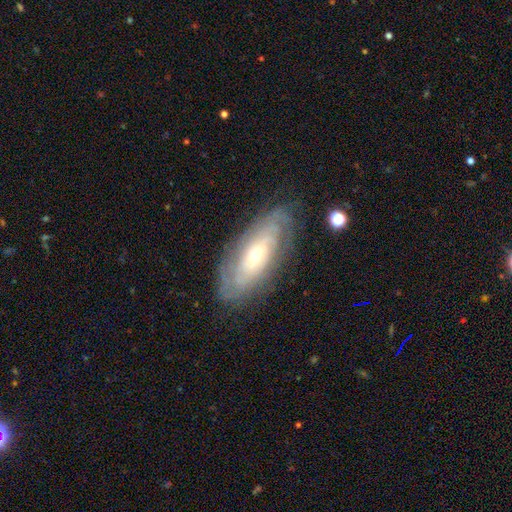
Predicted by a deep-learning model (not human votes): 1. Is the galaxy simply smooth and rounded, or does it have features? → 73% featured or disk, 20% smooth, 7% star or artifact.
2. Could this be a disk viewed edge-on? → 87% no, 13% yes.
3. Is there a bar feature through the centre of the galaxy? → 73% no, 20% weak, 7% strong.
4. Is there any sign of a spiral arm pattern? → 80% yes, 20% no.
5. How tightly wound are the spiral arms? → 76% tight, 18% medium, 6% loose.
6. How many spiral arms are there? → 65% can't tell, 12% 2, 7% 3, 6% 4, 5% more than 4, 4% 1.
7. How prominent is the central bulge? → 64% small, 32% moderate, 3% large, 1% dominant, 1% none.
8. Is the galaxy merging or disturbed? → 78% none, 15% minor disturbance, 5% major disturbance, 1% merger.